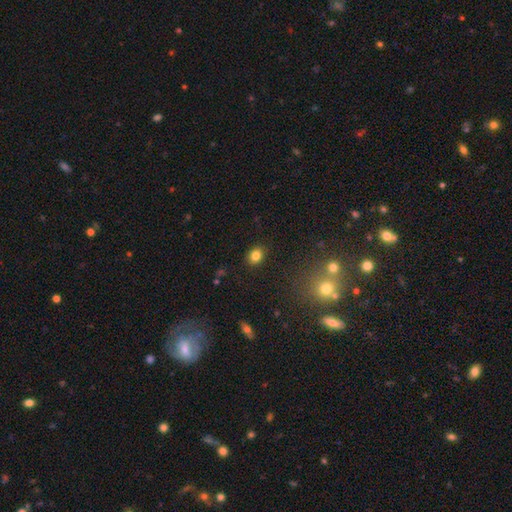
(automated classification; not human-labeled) This is clearly a smooth galaxy (82%). How rounded: possibly round (52%). Merging: clearly none (88%).